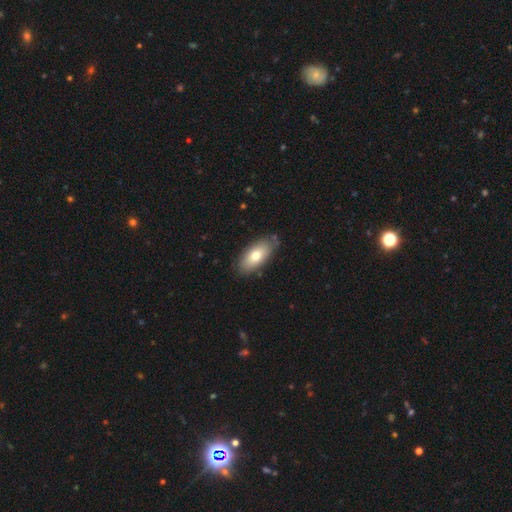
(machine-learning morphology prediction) A smooth galaxy with no disk features (72%) that is in between round and cigar-shaped (89%). Merging: none (81%).